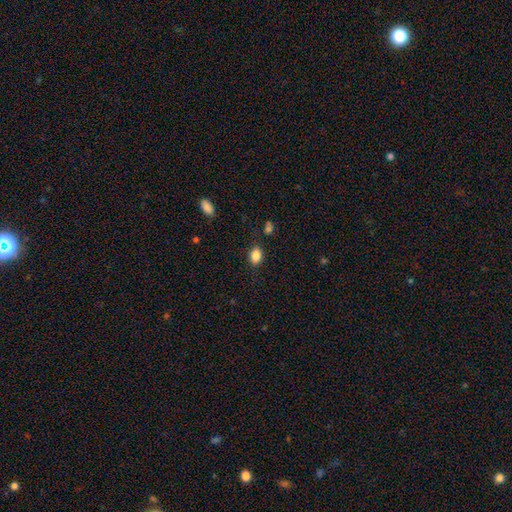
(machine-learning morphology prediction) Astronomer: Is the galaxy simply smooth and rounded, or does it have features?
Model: smooth — 86%.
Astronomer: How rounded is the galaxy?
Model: in between — 78%.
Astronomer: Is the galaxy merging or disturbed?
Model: none — 83%.